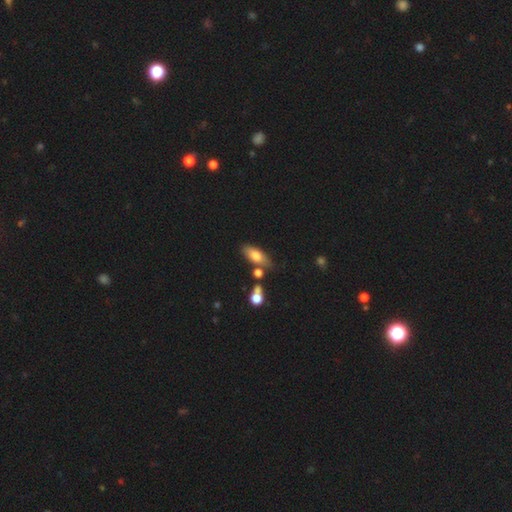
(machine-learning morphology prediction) Q: Smooth or featured?
A: smooth (72%); runner-up: featured or disk (19%)
Q: How rounded?
A: in between (78%); runner-up: cigar-shaped (17%)
Q: Merging?
A: none (69%); runner-up: minor disturbance (15%)